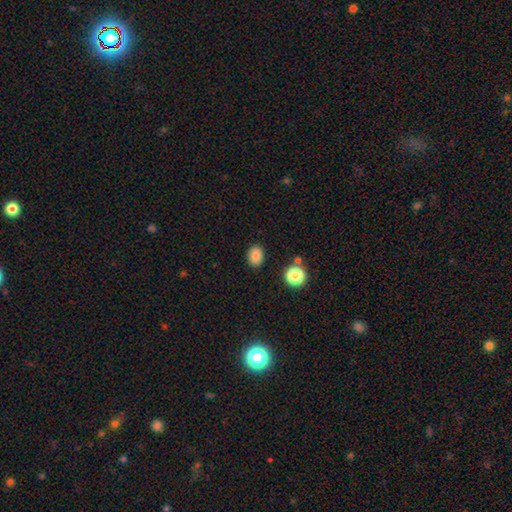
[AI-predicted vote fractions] Morphology: type=smooth (84%); roundness=in between (61%); merging=none (87%).